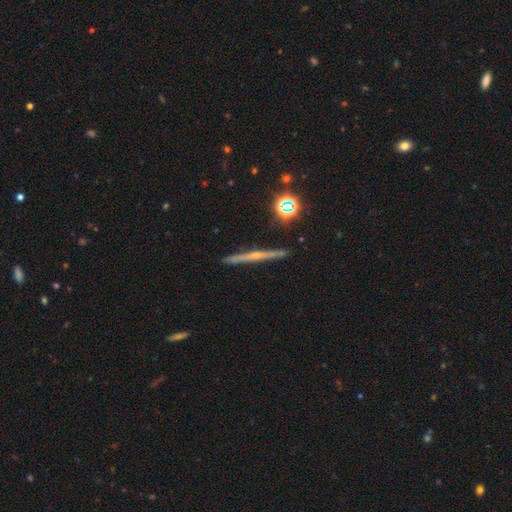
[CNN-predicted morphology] A featured or disk galaxy (72%) viewed edge-on (98%) with a rounded central bulge (60%).

Vote fractions:
- Smooth or featured? featured or disk: 72% / smooth: 20% / star or artifact: 8%
- Edge-on disk? yes: 98% / no: 2%
- Edge-on bulge? rounded: 60% / none: 34% / boxy: 6%
- Merging? none: 91% / minor disturbance: 6% / merger: 2% / major disturbance: 1%